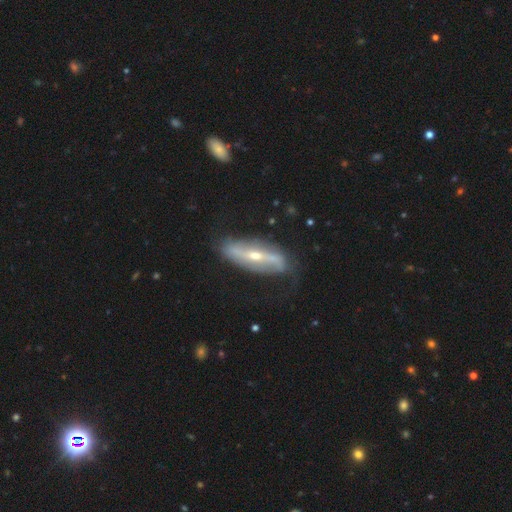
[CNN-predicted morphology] type=featured or disk (81%); edge-on=no (73%); bar=strong (59%); spiral arms=yes (80%); bulge=small (53%); merging=none (73%).